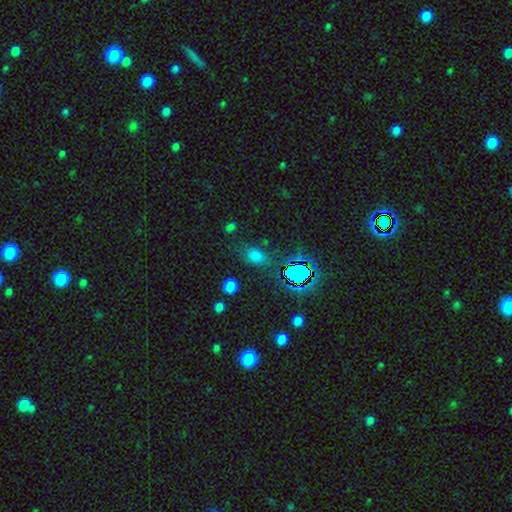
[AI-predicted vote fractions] A smooth galaxy with no disk features (63%) that is in between round and cigar-shaped (69%). Merging: none (74%).